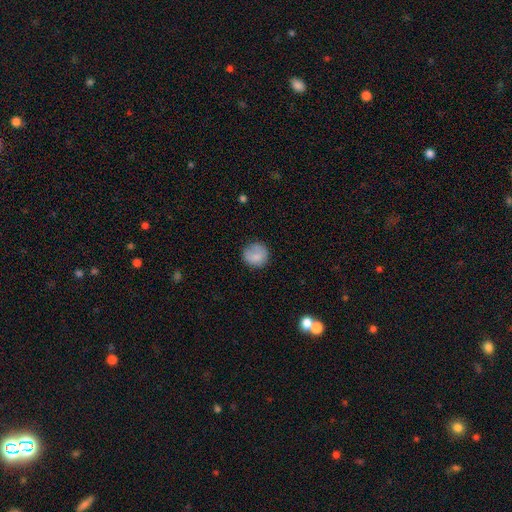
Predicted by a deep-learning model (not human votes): This appears to be a smooth galaxy with no disk features (83%) that is round (89%). Merging: none (78%).